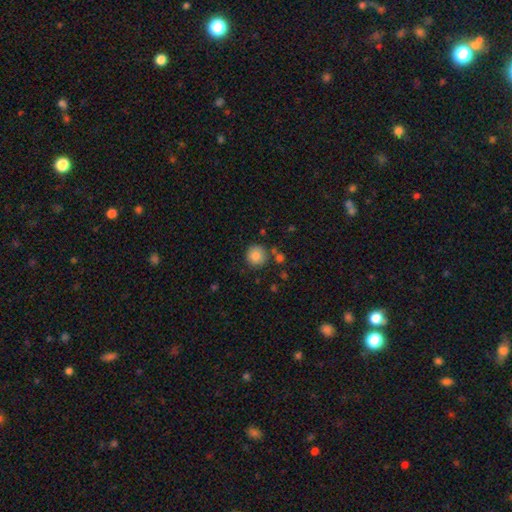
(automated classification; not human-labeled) smooth-or-featured: smooth: 85% | star or artifact: 9% | featured or disk: 6%
  how-rounded: round: 93% | in between: 6% | cigar-shaped: 1%
  merging: none: 81% | minor disturbance: 10% | merger: 6% | major disturbance: 3%